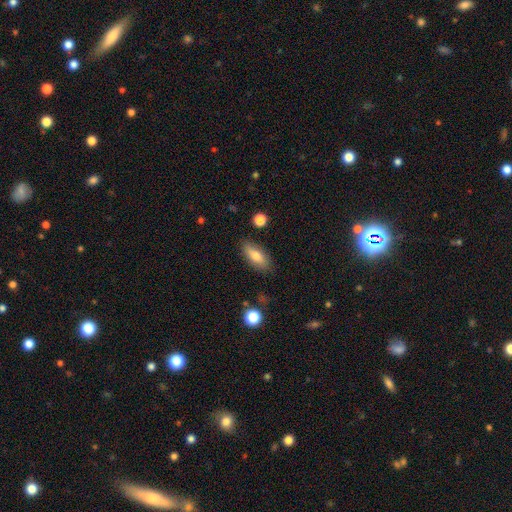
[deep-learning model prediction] This is likely a smooth galaxy (76%). How rounded: likely in between (75%). Merging: clearly none (83%).